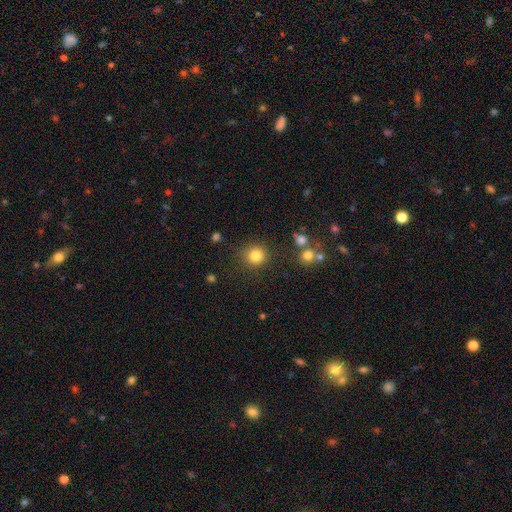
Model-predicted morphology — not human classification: A smooth galaxy with no disk features (82%) that is round (91%). Merging: none (84%).